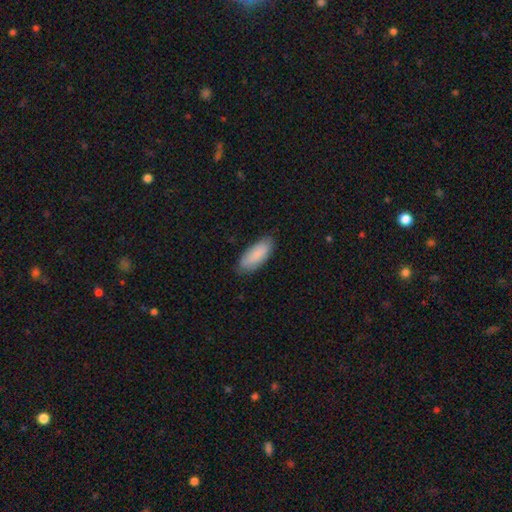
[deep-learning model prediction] Overall: smooth (87%). How rounded: in between (81%). Merging: none (82%).